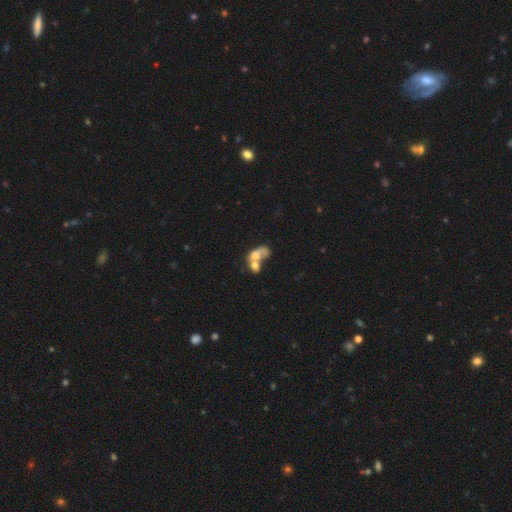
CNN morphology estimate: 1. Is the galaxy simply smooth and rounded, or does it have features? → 53% smooth, 37% featured or disk, 10% star or artifact.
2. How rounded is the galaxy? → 72% in between, 25% round, 3% cigar-shaped.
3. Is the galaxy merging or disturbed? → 74% merger, 11% major disturbance, 10% none, 5% minor disturbance.